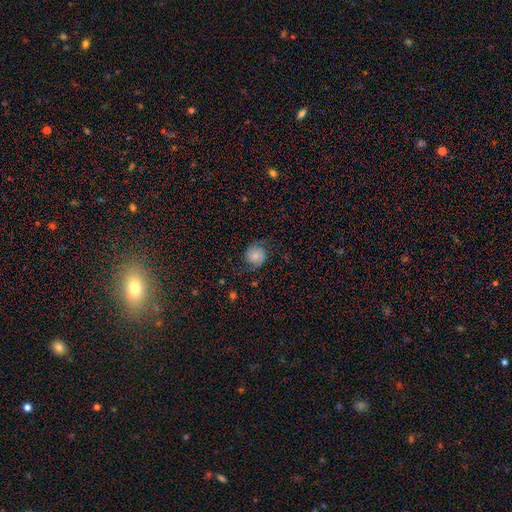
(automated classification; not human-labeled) smooth_or_featured: smooth (p=0.51) [alt: featured or disk p=0.38]
how_rounded: round (p=0.86) [alt: in between p=0.13]
merging: none (p=0.72) [alt: minor disturbance p=0.18]